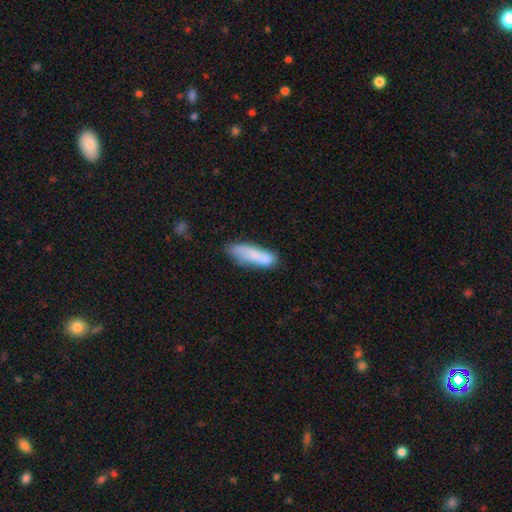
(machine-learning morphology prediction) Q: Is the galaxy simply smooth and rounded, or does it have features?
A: smooth — 72%.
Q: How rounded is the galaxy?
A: cigar-shaped — 56%.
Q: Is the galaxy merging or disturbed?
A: none — 51%.